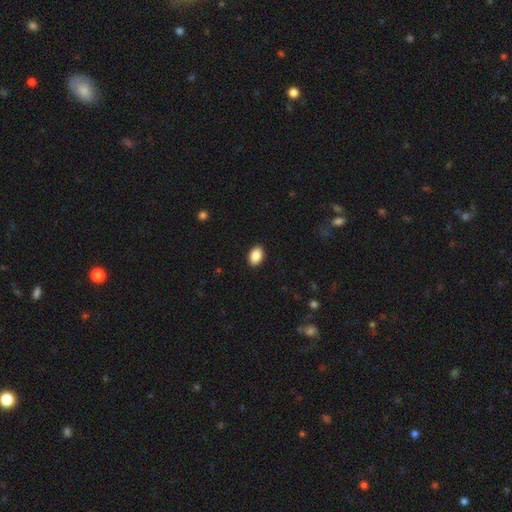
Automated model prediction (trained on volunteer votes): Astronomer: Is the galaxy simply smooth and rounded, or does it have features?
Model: smooth — 89%.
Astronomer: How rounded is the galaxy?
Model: in between — 88%.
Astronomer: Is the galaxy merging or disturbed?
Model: none — 91%.